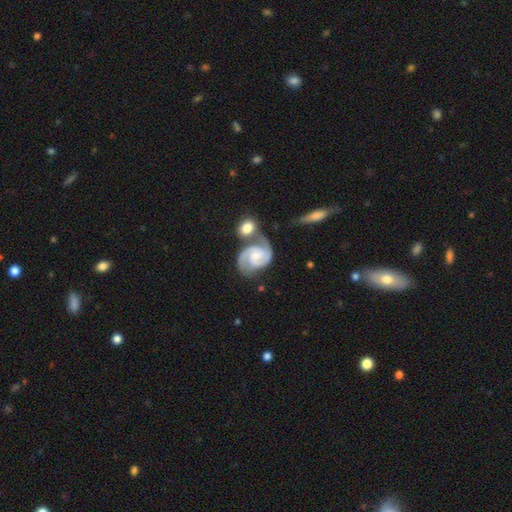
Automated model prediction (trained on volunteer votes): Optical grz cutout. It shows a featured or disk galaxy (90%) with no bar (58%), 2 (91%) tight (49%) spiral arms (98%) and a small central bulge (51%). Merging: none (49%).